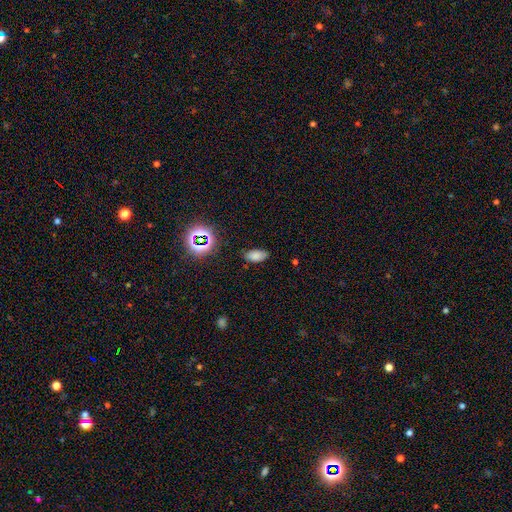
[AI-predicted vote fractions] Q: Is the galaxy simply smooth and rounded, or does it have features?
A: smooth — 73%.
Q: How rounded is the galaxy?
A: in between — 91%.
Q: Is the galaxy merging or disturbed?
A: none — 79%.